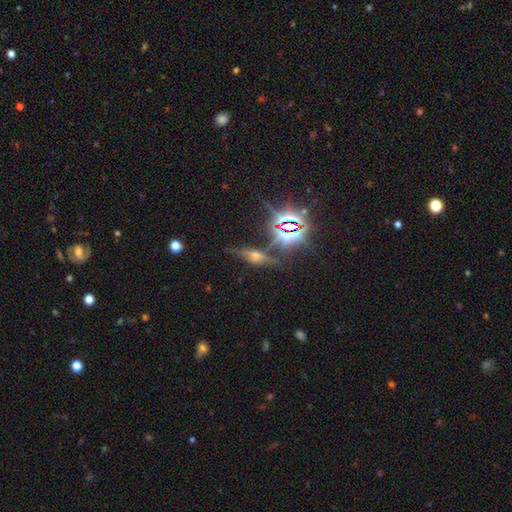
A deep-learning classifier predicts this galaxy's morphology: smooth-or-featured: featured or disk: 40% | star or artifact: 39% | smooth: 21%
  merging: none: 73% | minor disturbance: 15% | major disturbance: 7% | merger: 5%